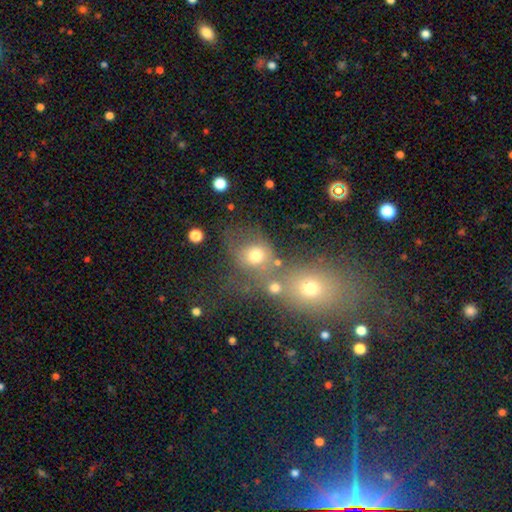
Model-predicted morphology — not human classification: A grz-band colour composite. It shows a smooth galaxy with no disk features (67%) that is round (66%). Merging: merger (45%).